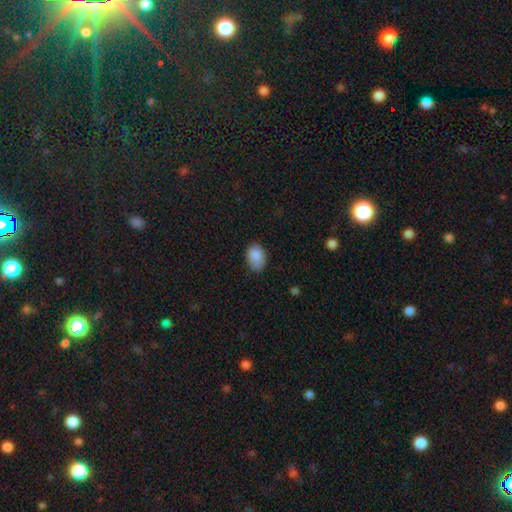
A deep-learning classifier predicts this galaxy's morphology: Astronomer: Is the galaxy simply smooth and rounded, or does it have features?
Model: smooth — 86%.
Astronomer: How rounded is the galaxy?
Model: in between — 82%.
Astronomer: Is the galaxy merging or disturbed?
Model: none — 73%.